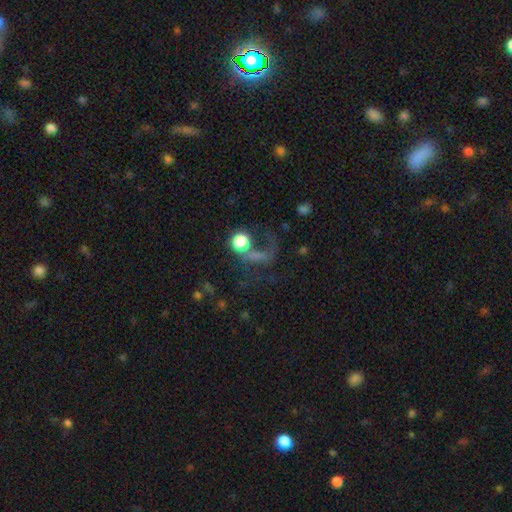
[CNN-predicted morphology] This is marginally a smooth galaxy (37%). Merging: marginally none (37%).